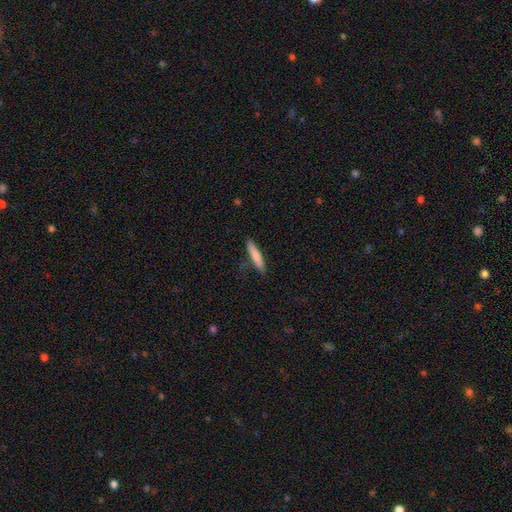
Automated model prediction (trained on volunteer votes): This appears to be a smooth galaxy with no disk features (79%) that is cigar-shaped (89%). Merging: none (83%).